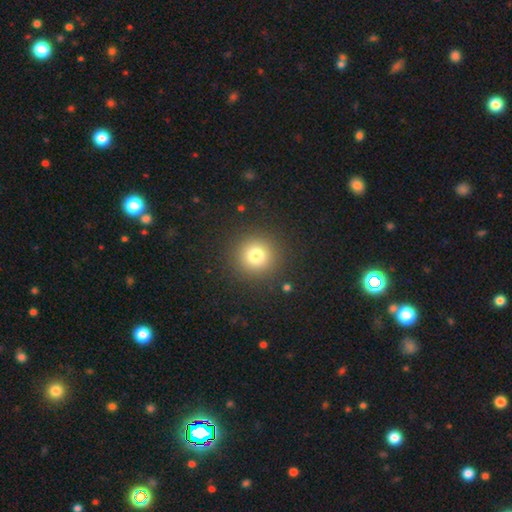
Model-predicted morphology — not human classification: Smooth or featured? Predicted: smooth (p=0.77). How rounded? Predicted: round (p=0.95). Merging? Predicted: none (p=0.90).